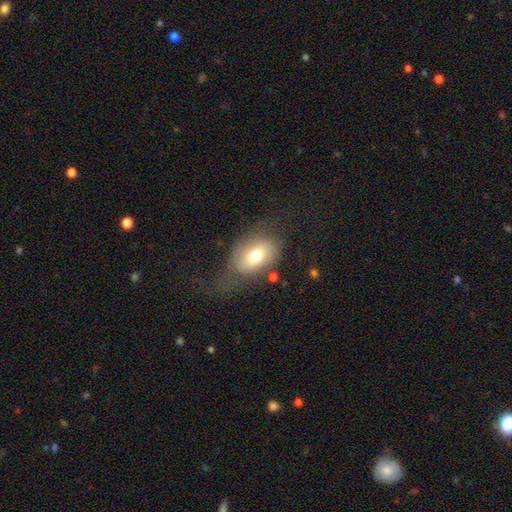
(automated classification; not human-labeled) The model was most divided on "merging": none: 44%, major disturbance: 29%, minor disturbance: 24%, merger: 3%. More confident: how rounded — in between (84%); smooth or featured — smooth (66%).